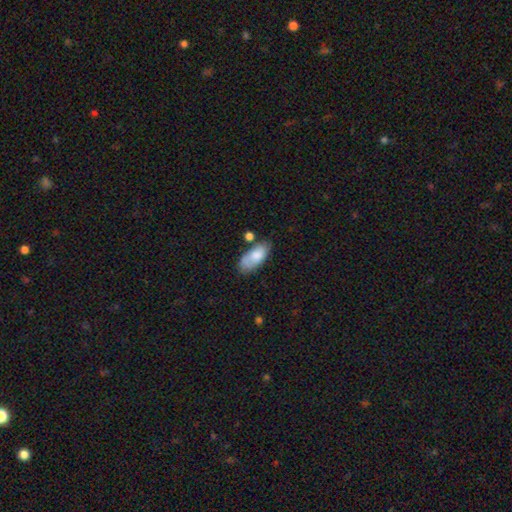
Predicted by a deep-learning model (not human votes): The model was most divided on "merging": none: 56%, minor disturbance: 25%, merger: 11%, major disturbance: 8%. More confident: how rounded — in between (88%); smooth or featured — smooth (78%).